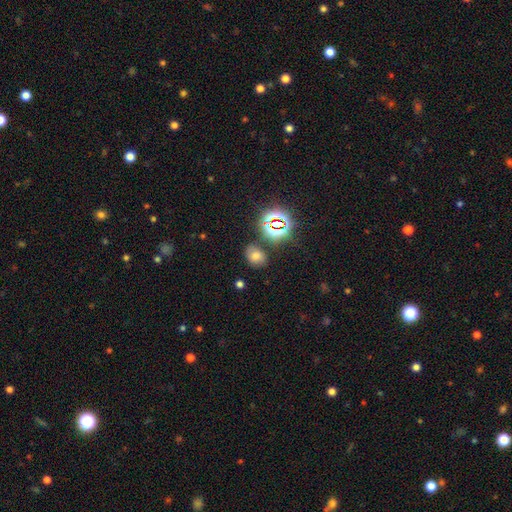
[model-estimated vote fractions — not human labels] Smooth or featured? smooth (60%)
How rounded? in between (60%)
Merging? none (74%)